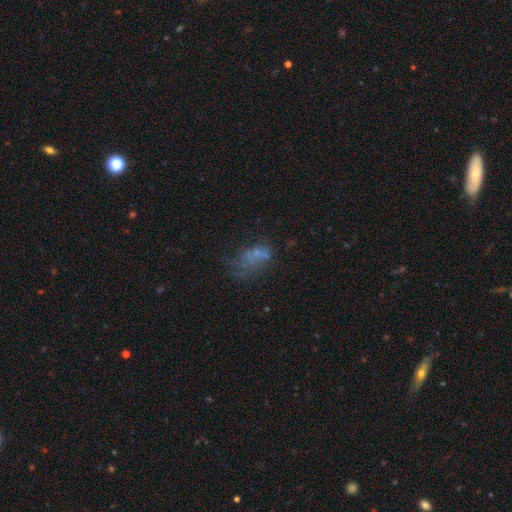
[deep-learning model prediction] Smooth or featured? smooth (44%)
Merging? major disturbance (39%)